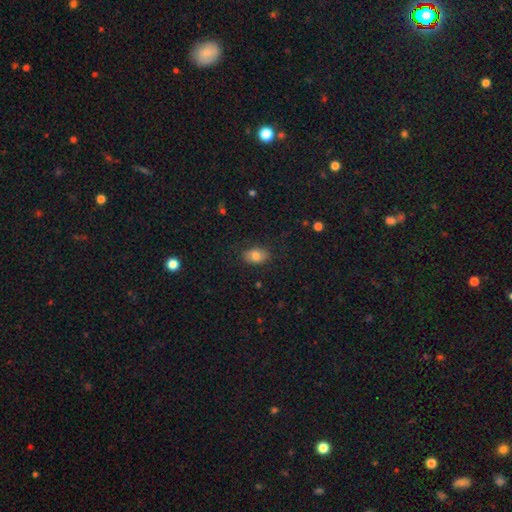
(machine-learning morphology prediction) type=smooth (79%); roundness=in between (85%); merging=none (82%).